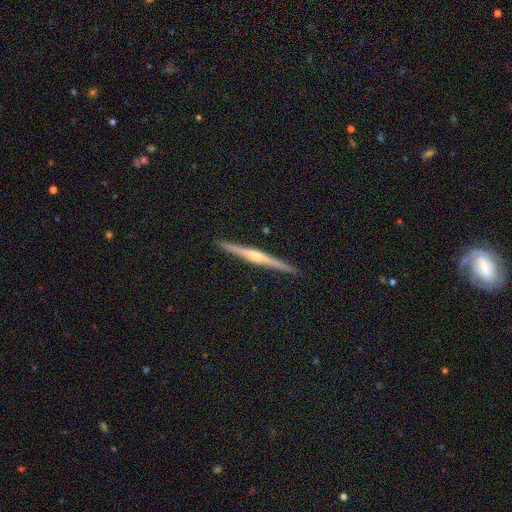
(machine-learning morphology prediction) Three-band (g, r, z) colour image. It shows a featured or disk galaxy (80%) viewed edge-on (98%) with a rounded central bulge (79%). Merging: none (92%).